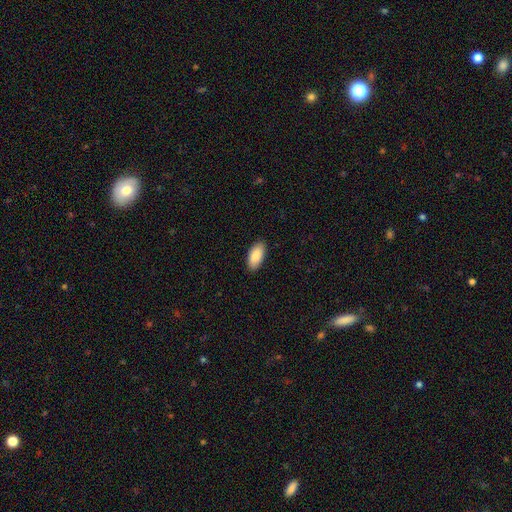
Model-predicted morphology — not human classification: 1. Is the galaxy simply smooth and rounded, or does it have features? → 89% smooth, 6% star or artifact, 5% featured or disk.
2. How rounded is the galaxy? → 94% in between, 4% cigar-shaped, 2% round.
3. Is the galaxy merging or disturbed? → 89% none, 8% minor disturbance, 2% major disturbance, 1% merger.